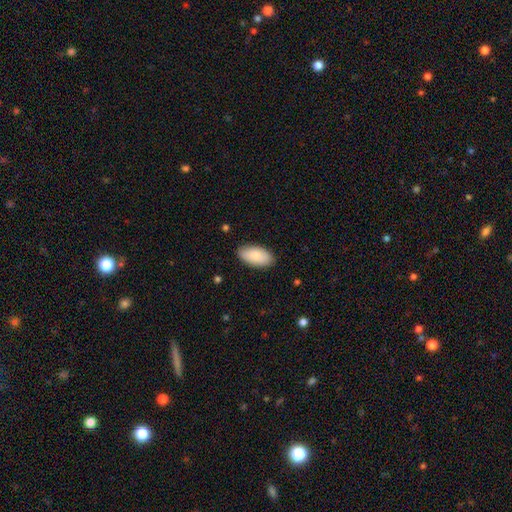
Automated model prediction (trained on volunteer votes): smooth_or_featured: smooth (p=0.86) [alt: featured or disk p=0.08]
how_rounded: in between (p=0.95) [alt: cigar-shaped p=0.03]
merging: none (p=0.87) [alt: minor disturbance p=0.10]